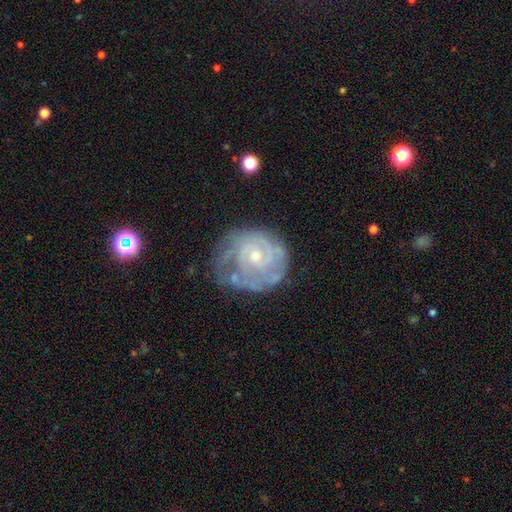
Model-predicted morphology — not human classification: Smooth or featured?
  - featured or disk: 83% *
  - smooth: 11%
  - star or artifact: 7%
Edge-on disk?
  - no: 98% *
  - yes: 2%
Bar?
  - no: 67% *
  - weak: 28%
  - strong: 5%
Spiral arms?
  - yes: 92% *
  - no: 8%
Spiral winding?
  - tight: 72% *
  - medium: 23%
  - loose: 5%
Spiral arm count?
  - can't tell: 38% *
  - 2: 25%
  - 3: 19%
  - 4: 8%
  - 1: 5%
  - more than 4: 5%
Bulge size?
  - small: 64% *
  - moderate: 32%
  - none: 2%
  - large: 1%
  - dominant: 1%
Merging?
  - none: 59% *
  - minor disturbance: 26%
  - major disturbance: 12%
  - merger: 3%